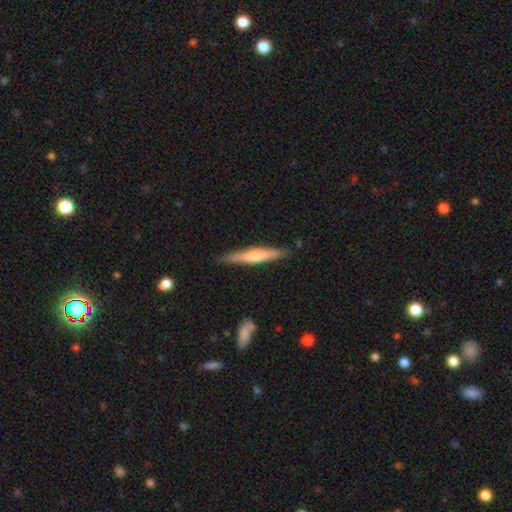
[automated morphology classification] Smooth or featured? featured or disk (52%)
Edge-on disk? yes (96%)
Merging? none (88%)